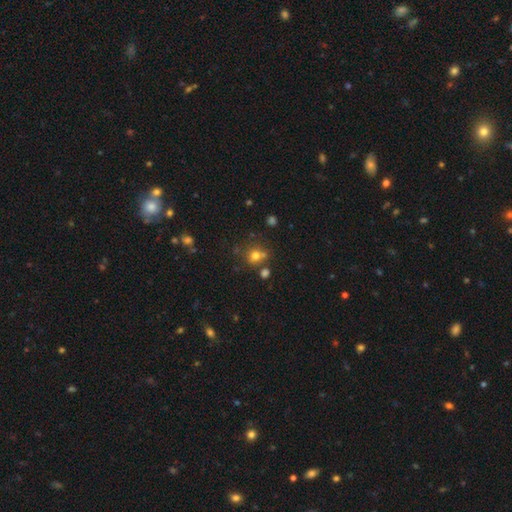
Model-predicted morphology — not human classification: smooth_or_featured: smooth (p=0.71) [alt: star or artifact p=0.18]
how_rounded: round (p=0.81) [alt: in between p=0.18]
merging: none (p=0.62) [alt: merger p=0.21]